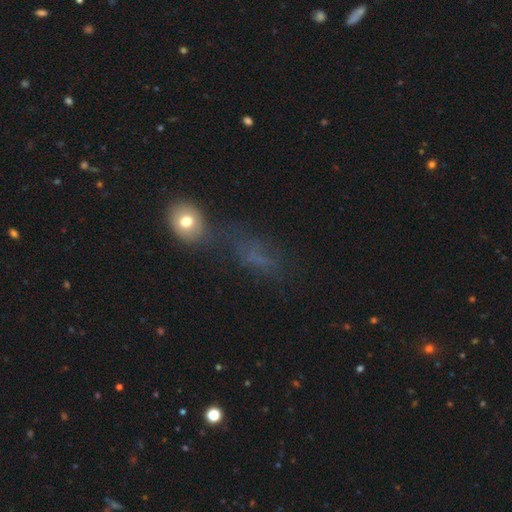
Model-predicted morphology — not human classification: The model was most divided on "smooth or featured": smooth: 46%, star or artifact: 30%, featured or disk: 24%. Remaining: merging — none (45%).